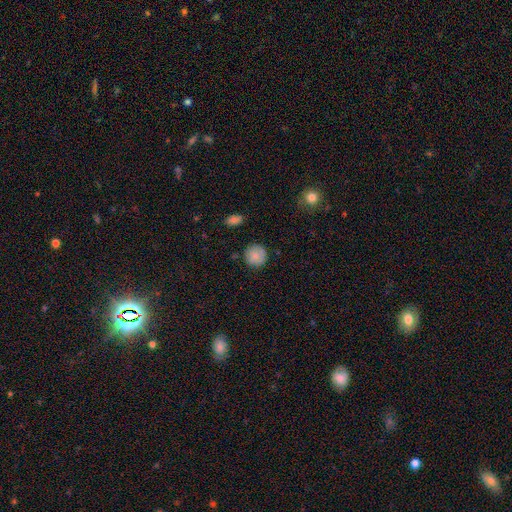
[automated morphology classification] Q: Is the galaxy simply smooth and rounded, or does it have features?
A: smooth — 80%.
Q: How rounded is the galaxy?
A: round — 93%.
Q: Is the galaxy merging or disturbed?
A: none — 85%.